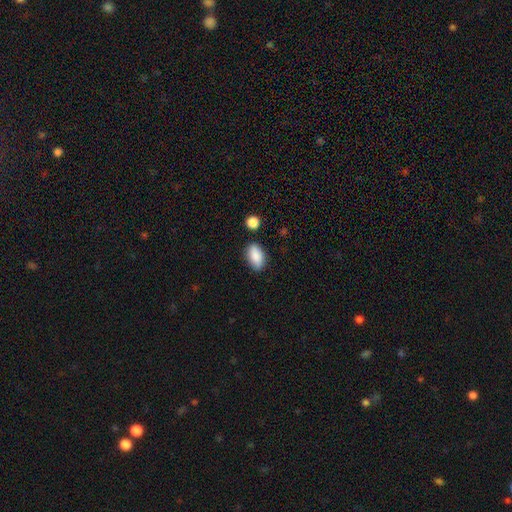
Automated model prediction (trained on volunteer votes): Smooth or featured?
  - smooth: 86% *
  - featured or disk: 7%
  - star or artifact: 7%
How rounded?
  - in between: 90% *
  - round: 6%
  - cigar-shaped: 4%
Merging?
  - none: 80% *
  - minor disturbance: 13%
  - merger: 4%
  - major disturbance: 3%